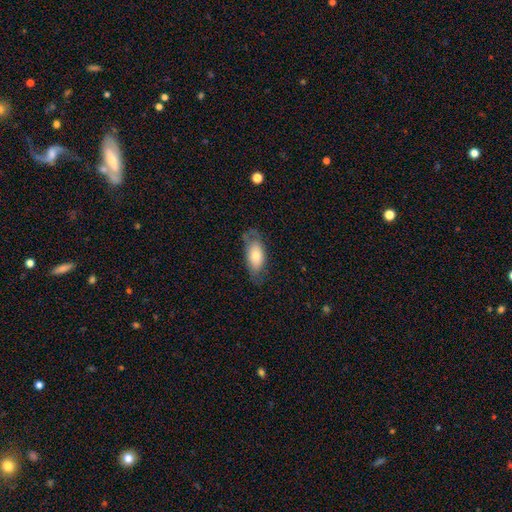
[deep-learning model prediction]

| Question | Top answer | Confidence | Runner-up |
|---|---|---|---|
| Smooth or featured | smooth | 66% | featured or disk (28%) |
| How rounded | in between | 88% | cigar-shaped (9%) |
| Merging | none | 62% | minor disturbance (25%) |